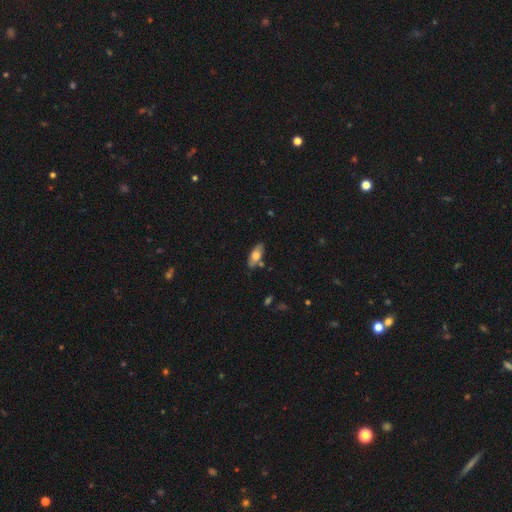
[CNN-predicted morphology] Q: Smooth or featured?
A: smooth (68%); runner-up: featured or disk (25%)
Q: How rounded?
A: in between (81%); runner-up: cigar-shaped (17%)
Q: Merging?
A: none (78%); runner-up: minor disturbance (14%)